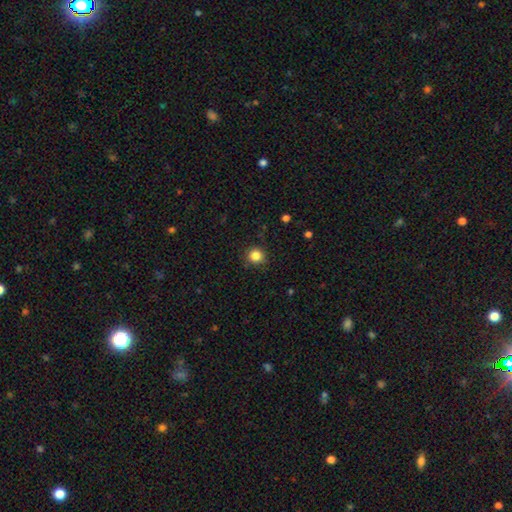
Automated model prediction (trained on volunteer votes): Smooth or featured? Predicted: smooth (p=0.85). How rounded? Predicted: round (p=0.91). Merging? Predicted: none (p=0.89).